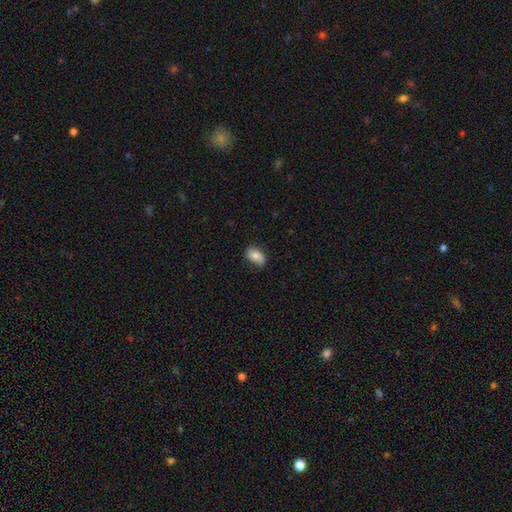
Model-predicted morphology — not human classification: Smooth or featured? smooth (76%)
How rounded? in between (88%)
Merging? none (66%)